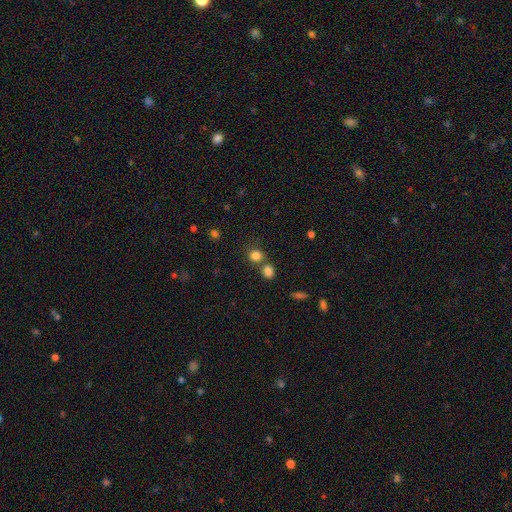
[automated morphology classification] Smooth or featured? smooth (81%)
How rounded? round (76%)
Merging? none (57%)